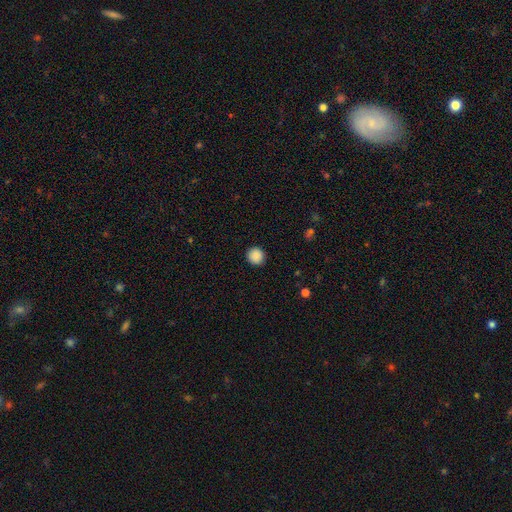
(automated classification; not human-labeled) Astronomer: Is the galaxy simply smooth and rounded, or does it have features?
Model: smooth — 89%.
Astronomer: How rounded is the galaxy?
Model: round — 92%.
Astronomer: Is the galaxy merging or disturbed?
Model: none — 92%.